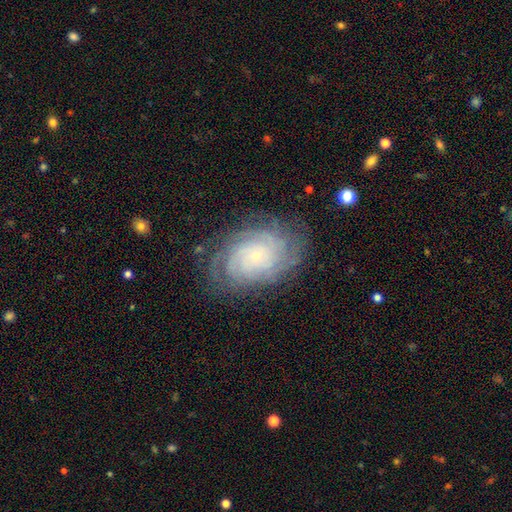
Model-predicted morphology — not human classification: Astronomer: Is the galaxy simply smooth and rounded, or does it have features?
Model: featured or disk — 83%.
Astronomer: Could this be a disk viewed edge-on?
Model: no — 97%.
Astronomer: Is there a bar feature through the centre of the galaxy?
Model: no — 80%.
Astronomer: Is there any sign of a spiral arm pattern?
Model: yes — 97%.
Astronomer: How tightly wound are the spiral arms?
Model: tight — 79%.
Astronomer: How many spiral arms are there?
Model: can't tell — 28% (runner-up: 4, 24%).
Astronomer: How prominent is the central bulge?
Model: small — 85%.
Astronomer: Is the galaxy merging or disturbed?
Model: none — 78%.